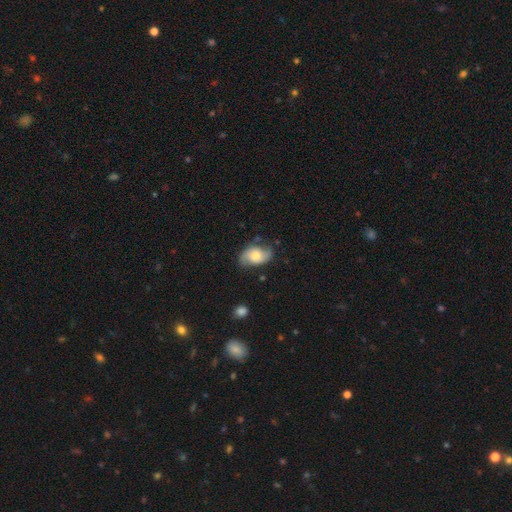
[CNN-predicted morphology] Smooth or featured?
  - featured or disk: 52% *
  - smooth: 41%
  - star or artifact: 7%
Edge-on disk?
  - no: 95% *
  - yes: 5%
Merging?
  - none: 66% *
  - minor disturbance: 24%
  - major disturbance: 8%
  - merger: 2%